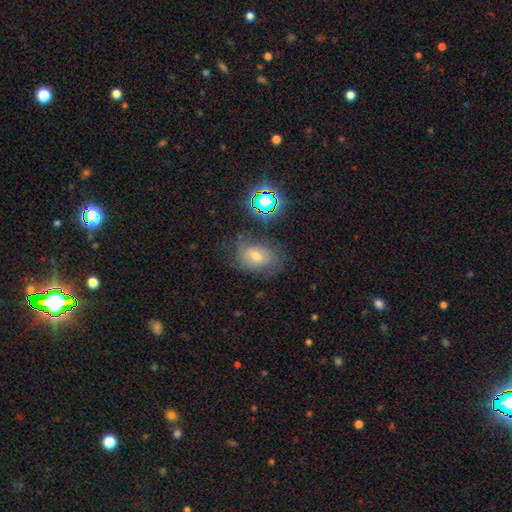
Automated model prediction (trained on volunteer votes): Morphology: type=featured or disk (39%); merging=none (62%).